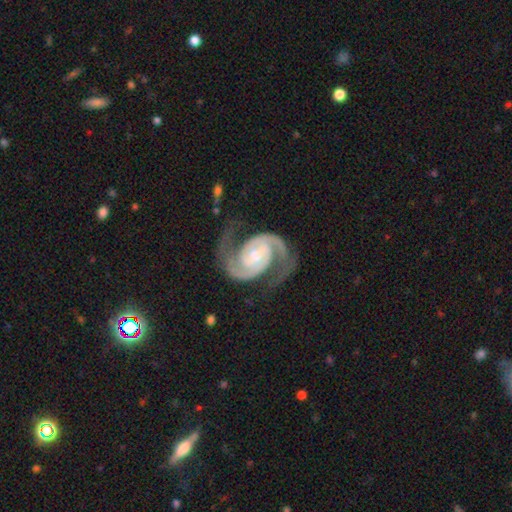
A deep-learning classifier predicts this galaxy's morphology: This appears to be a featured or disk galaxy (94%) with no bar (50%), 2 (94%) medium (49%) spiral arms (99%) and a moderate central bulge (54%). Merging: none (74%).